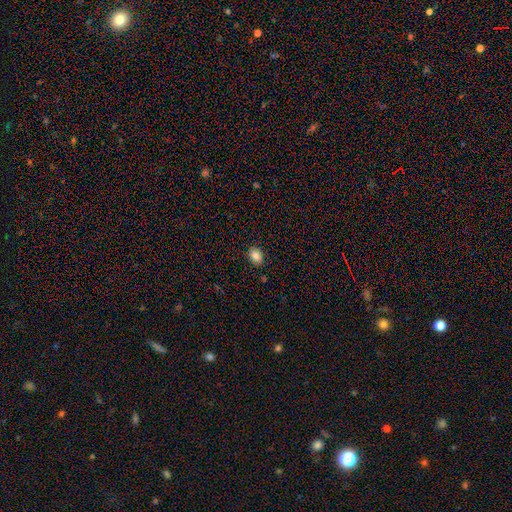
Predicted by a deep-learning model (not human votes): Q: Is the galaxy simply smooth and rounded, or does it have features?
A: smooth — 85%.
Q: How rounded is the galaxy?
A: in between — 73%.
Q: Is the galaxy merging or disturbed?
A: none — 88%.